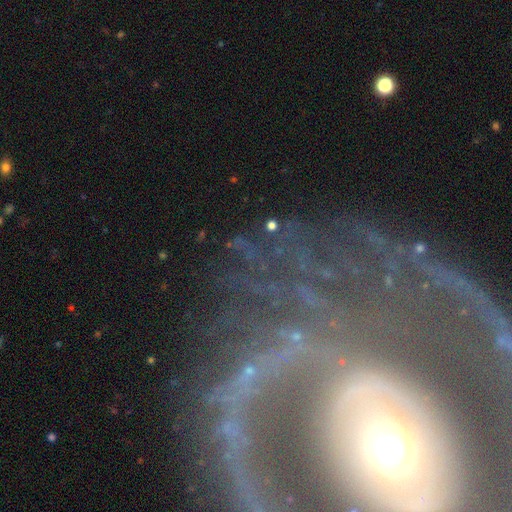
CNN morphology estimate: This appears to be a featured or disk galaxy (80%) with no bar (43%), 2 (33%) tight (44%) spiral arms (76%) and a moderate central bulge (52%). Merging: none (60%).